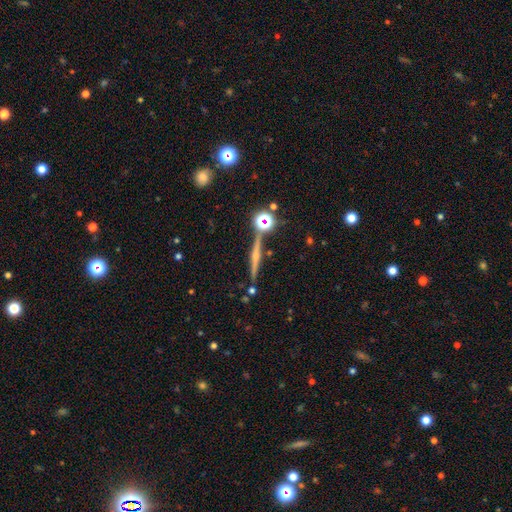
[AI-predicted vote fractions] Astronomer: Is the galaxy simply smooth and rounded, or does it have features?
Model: featured or disk — 69%.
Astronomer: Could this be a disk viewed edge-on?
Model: yes — 97%.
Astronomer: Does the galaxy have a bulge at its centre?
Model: rounded — 85%.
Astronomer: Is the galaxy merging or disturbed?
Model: none — 85%.